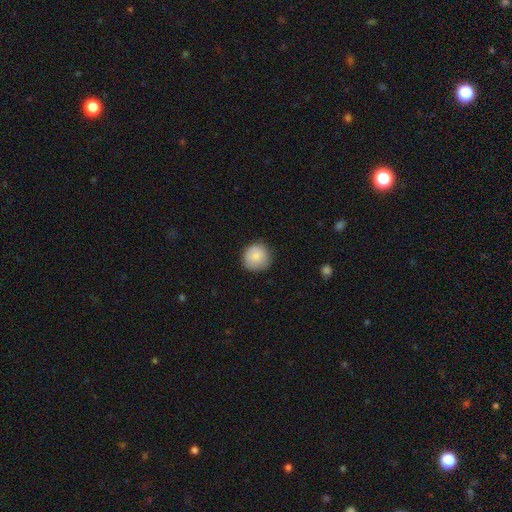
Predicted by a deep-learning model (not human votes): smooth-or-featured: smooth: 85% | featured or disk: 8% | star or artifact: 7%
  how-rounded: round: 91% | in between: 8% | cigar-shaped: 1%
  merging: none: 83% | minor disturbance: 13% | major disturbance: 3% | merger: 1%